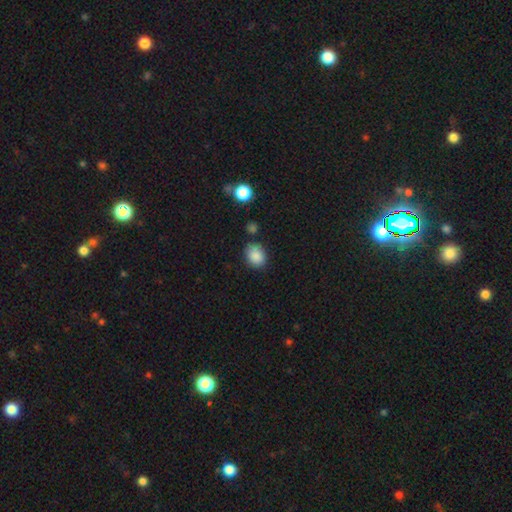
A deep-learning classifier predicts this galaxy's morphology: A smooth galaxy with no disk features (87%) that is in between round and cigar-shaped (50%).

Vote fractions:
- Smooth or featured? smooth: 87% / star or artifact: 9% / featured or disk: 4%
- How rounded? in between: 50% / round: 49% / cigar-shaped: 1%
- Merging? none: 75% / minor disturbance: 17% / merger: 5% / major disturbance: 4%